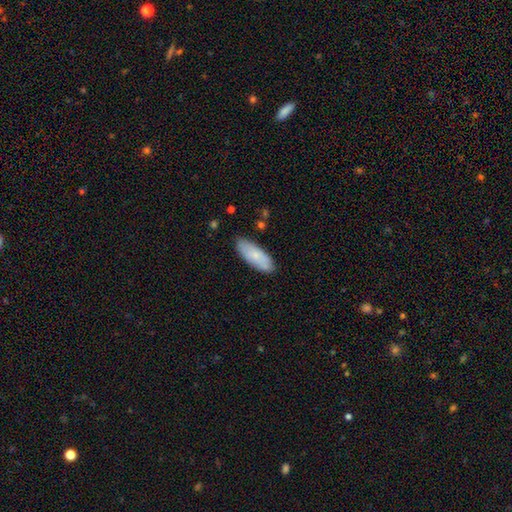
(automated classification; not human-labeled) Overall: smooth (72%). How rounded: in between (73%). Merging: none (83%).